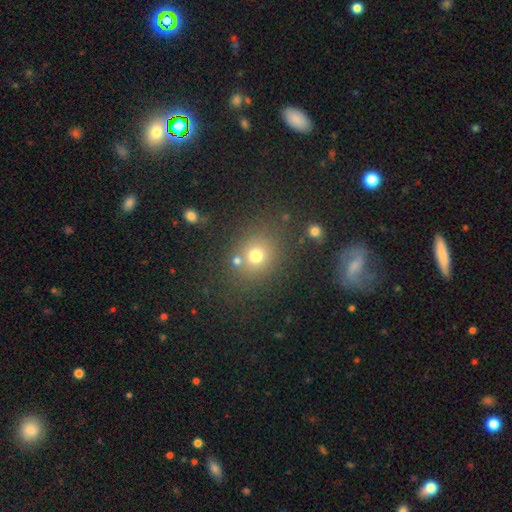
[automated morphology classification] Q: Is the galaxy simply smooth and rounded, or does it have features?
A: smooth — 71%.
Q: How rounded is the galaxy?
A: round — 75%.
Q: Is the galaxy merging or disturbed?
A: none — 75%.